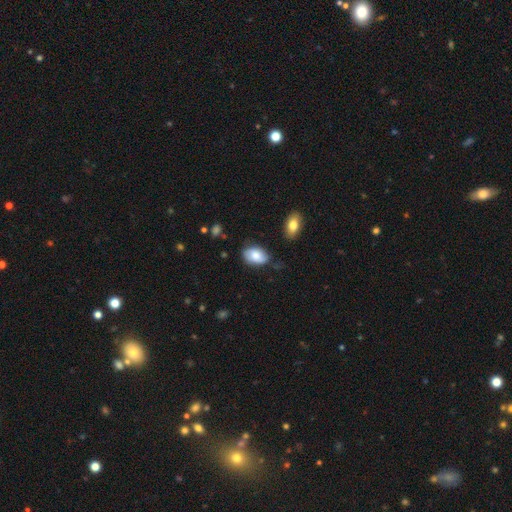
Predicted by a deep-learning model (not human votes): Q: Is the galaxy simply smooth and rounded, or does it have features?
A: smooth — 77%.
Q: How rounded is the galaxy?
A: in between — 90%.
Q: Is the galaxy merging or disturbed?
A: none — 67%.